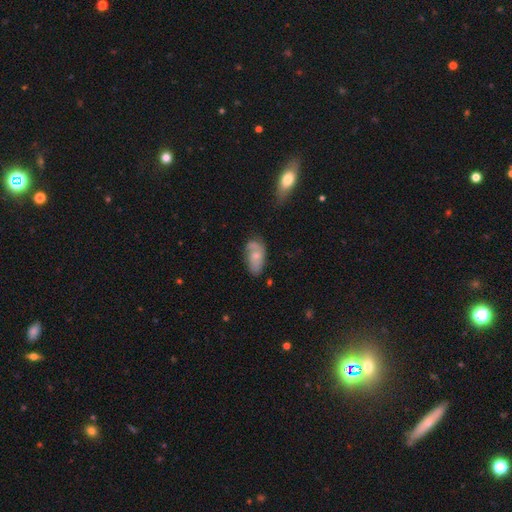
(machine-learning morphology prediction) A featured or disk galaxy (50%).

Vote fractions:
- Smooth or featured? featured or disk: 50% / smooth: 43% / star or artifact: 7%
- Merging? none: 53% / minor disturbance: 30% / major disturbance: 13% / merger: 5%